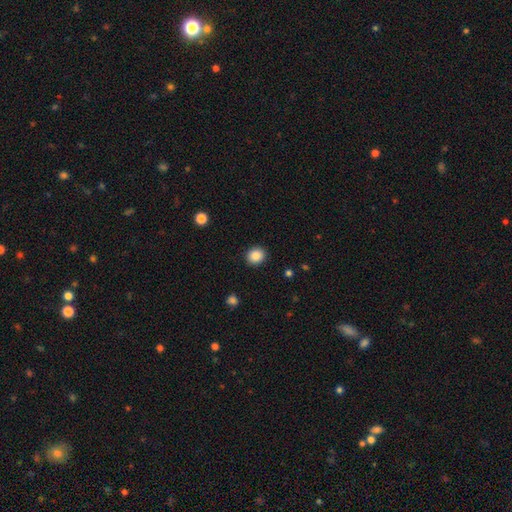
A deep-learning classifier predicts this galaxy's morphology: A smooth galaxy with no disk features (87%) that is round (80%). Merging: none (91%).